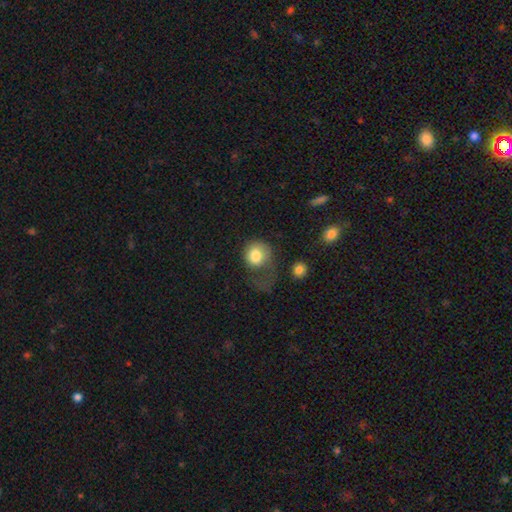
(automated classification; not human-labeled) A smooth galaxy with no disk features (80%) that is round (70%). Merging: major disturbance (49%).